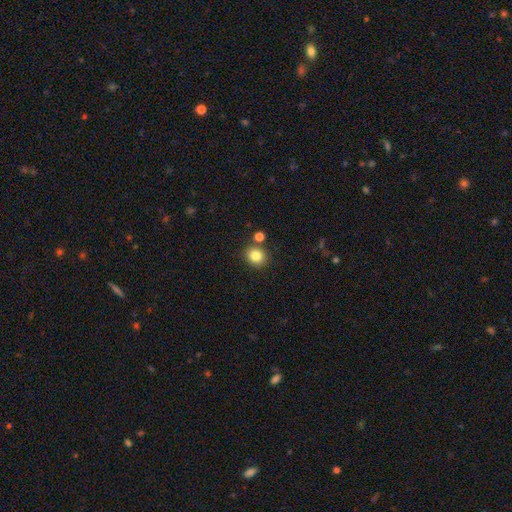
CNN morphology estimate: Smooth or featured?
  - smooth: 83% *
  - star or artifact: 11%
  - featured or disk: 6%
How rounded?
  - round: 83% *
  - in between: 16%
  - cigar-shaped: 1%
Merging?
  - none: 78% *
  - merger: 11%
  - minor disturbance: 9%
  - major disturbance: 3%